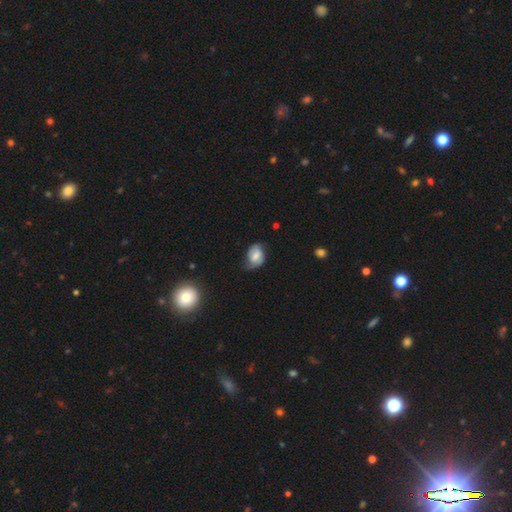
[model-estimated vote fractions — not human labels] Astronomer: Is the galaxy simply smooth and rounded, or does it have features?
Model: smooth — 50% (runner-up: featured or disk, 42%).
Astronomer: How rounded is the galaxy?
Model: in between — 70%.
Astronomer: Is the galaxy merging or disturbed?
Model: none — 54% (runner-up: minor disturbance, 33%).